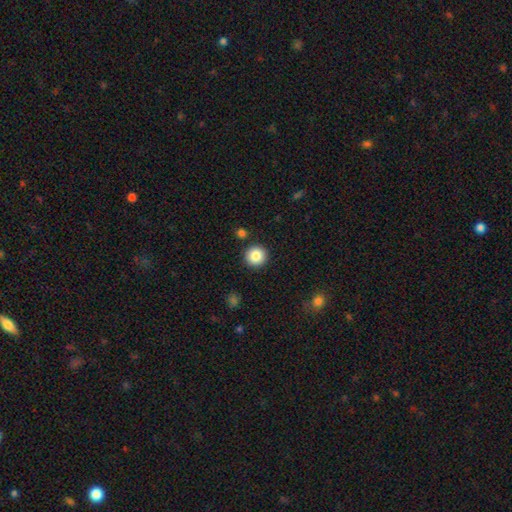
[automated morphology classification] Overall: smooth (86%). How rounded: round (95%). Merging: none (90%).